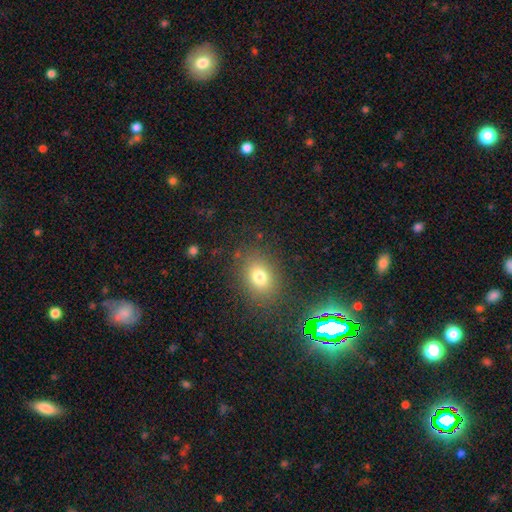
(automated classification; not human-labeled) The model was most divided on "how rounded": in between: 54%, round: 45%, cigar-shaped: 2%. More confident: merging — none (87%); smooth or featured — smooth (55%).